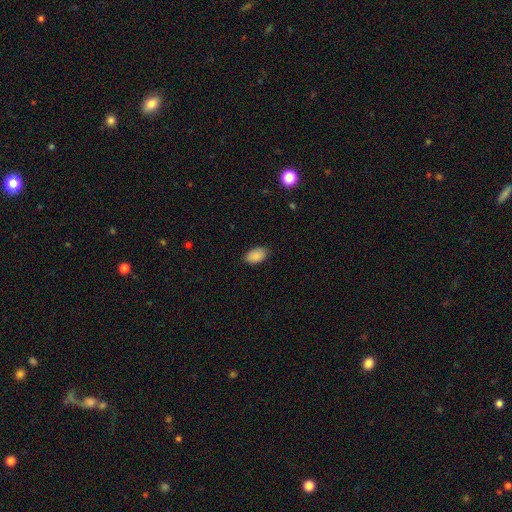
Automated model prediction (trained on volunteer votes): Smooth or featured? Predicted: smooth (p=0.87). How rounded? Predicted: in between (p=0.92). Merging? Predicted: none (p=0.84).